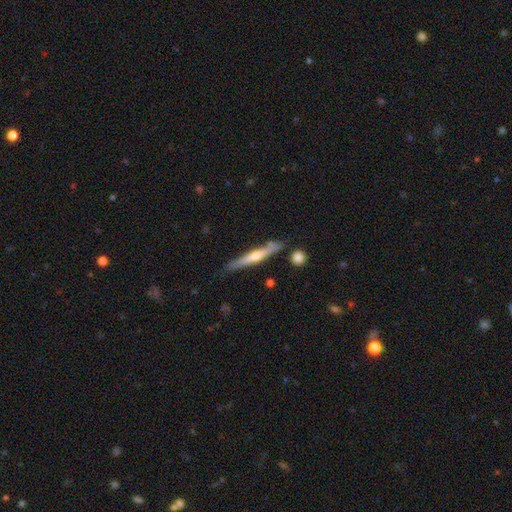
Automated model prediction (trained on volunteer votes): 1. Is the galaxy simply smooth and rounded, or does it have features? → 62% featured or disk, 32% smooth, 6% star or artifact.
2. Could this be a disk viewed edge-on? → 96% yes, 4% no.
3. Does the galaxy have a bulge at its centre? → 77% rounded, 17% none, 6% boxy.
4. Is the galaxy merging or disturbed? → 80% none, 13% minor disturbance, 4% merger, 2% major disturbance.